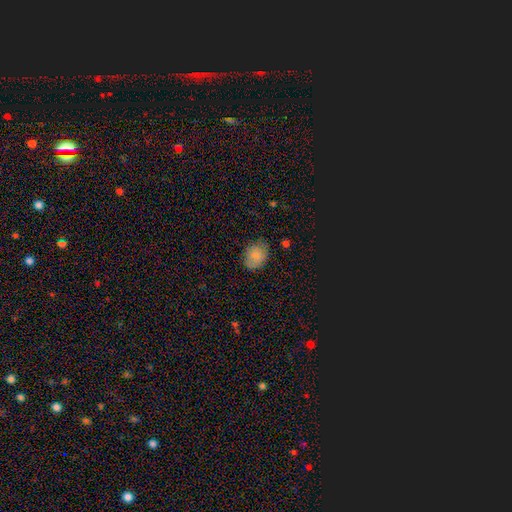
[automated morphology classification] Q: Smooth or featured?
A: smooth (82%); runner-up: star or artifact (9%)
Q: How rounded?
A: in between (58%); runner-up: round (41%)
Q: Merging?
A: none (76%); runner-up: minor disturbance (19%)